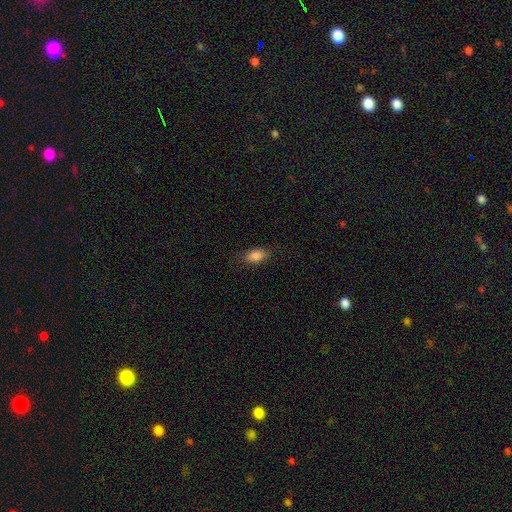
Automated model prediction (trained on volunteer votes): Morphology: type=smooth (86%); roundness=in between (90%); merging=none (83%).